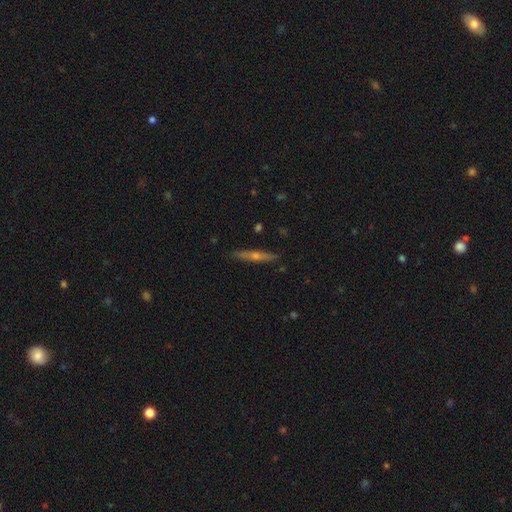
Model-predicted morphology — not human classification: featured or disk 64%, smooth 29%, star or artifact 7%. Down the decision tree: edge-on disk — yes (95%); edge-on bulge — rounded (84%); merging — none (89%).